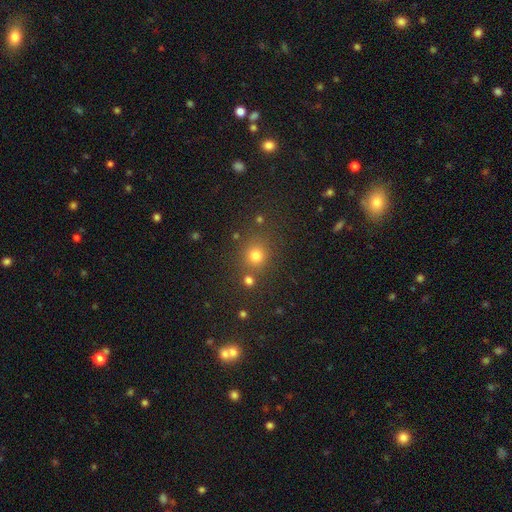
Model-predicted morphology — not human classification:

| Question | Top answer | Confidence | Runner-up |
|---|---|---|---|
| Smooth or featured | smooth | 74% | star or artifact (19%) |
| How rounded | round | 88% | in between (11%) |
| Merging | none | 76% | merger (10%) |